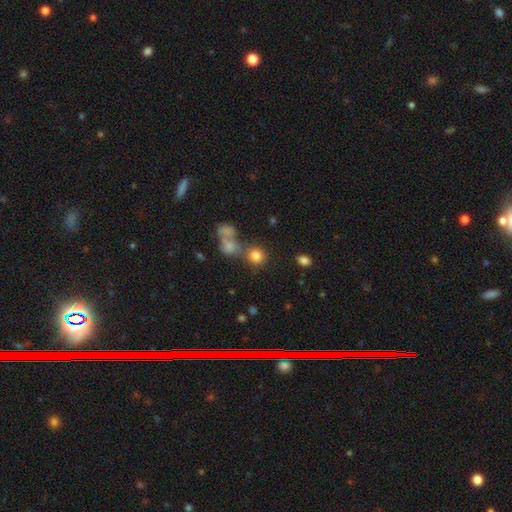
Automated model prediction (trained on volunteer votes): A smooth galaxy with no disk features (80%) that is round (84%). Merging: none (61%).